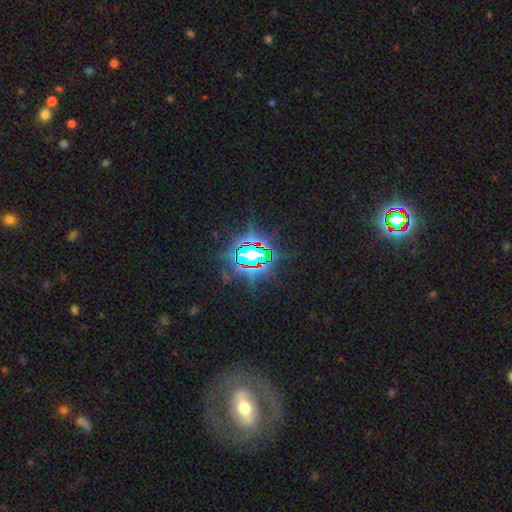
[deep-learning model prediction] Overall: star or artifact (82%).